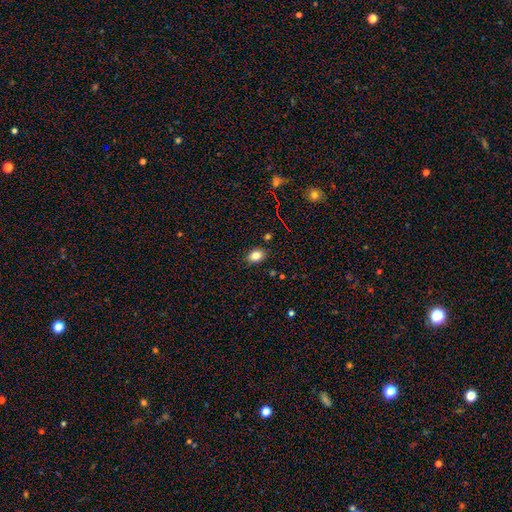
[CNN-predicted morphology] This appears to be a smooth galaxy with no disk features (81%) that is in between round and cigar-shaped (75%). Merging: none (86%).